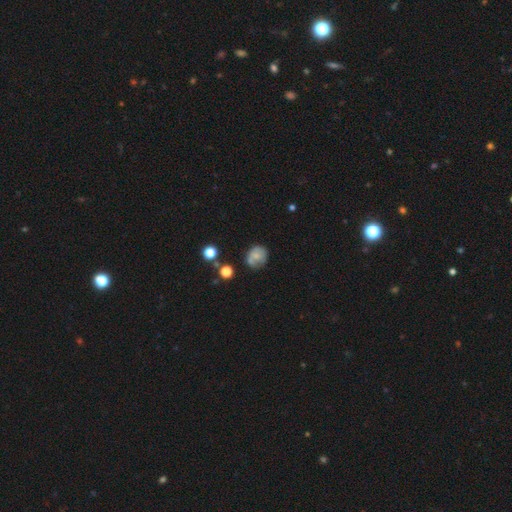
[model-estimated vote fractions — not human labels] Q: Smooth or featured?
A: smooth (61%); runner-up: featured or disk (27%)
Q: How rounded?
A: round (73%); runner-up: in between (26%)
Q: Merging?
A: none (52%); runner-up: minor disturbance (26%)